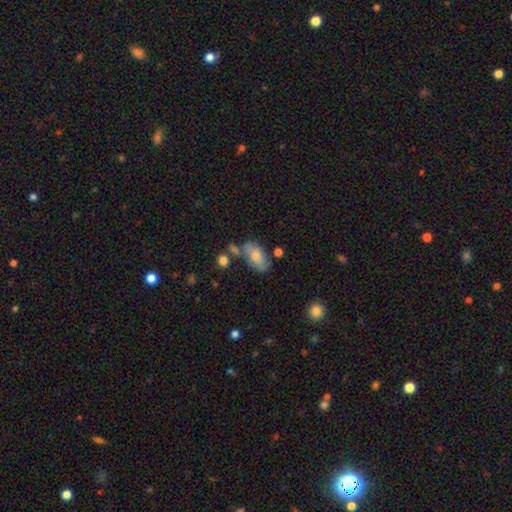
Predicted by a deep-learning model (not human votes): smooth-or-featured: smooth: 68% | featured or disk: 23% | star or artifact: 9%
  how-rounded: in between: 89% | cigar-shaped: 7% | round: 4%
  merging: none: 55% | minor disturbance: 22% | merger: 15% | major disturbance: 7%